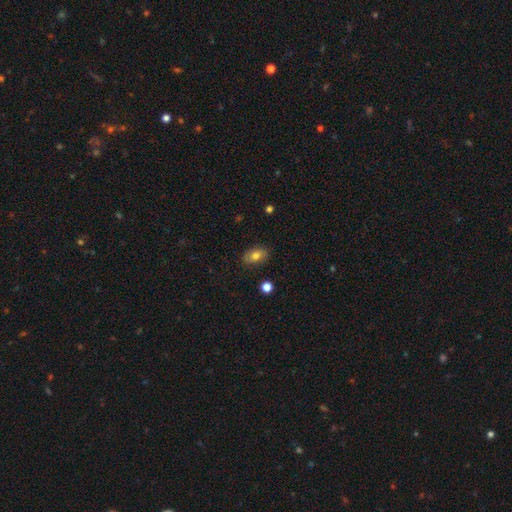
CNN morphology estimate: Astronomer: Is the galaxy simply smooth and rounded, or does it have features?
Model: smooth — 74%.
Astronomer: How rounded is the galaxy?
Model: in between — 84%.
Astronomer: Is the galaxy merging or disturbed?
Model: none — 84%.